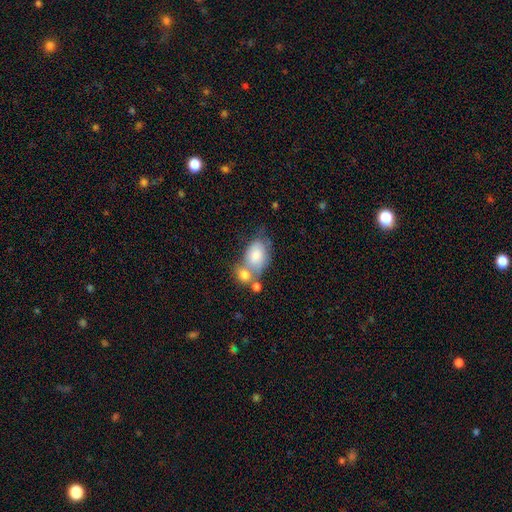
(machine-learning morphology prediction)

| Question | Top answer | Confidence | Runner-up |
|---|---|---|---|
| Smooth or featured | smooth | 76% | featured or disk (17%) |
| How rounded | in between | 83% | round (15%) |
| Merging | merger | 47% | none (27%) |